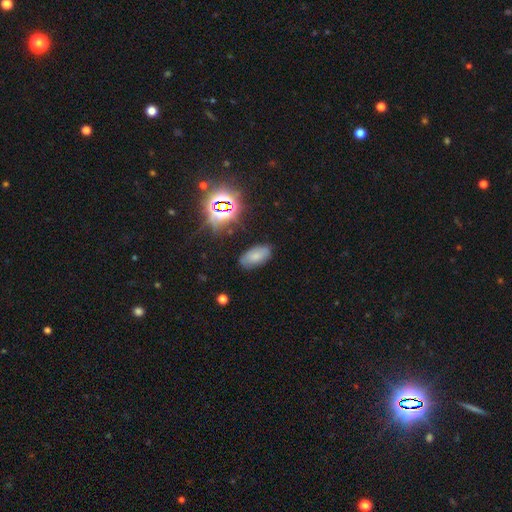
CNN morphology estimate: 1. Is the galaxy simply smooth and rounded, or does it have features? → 67% smooth, 18% star or artifact, 15% featured or disk.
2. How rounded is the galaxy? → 93% in between, 4% round, 3% cigar-shaped.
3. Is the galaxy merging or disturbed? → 79% none, 15% minor disturbance, 4% major disturbance, 2% merger.